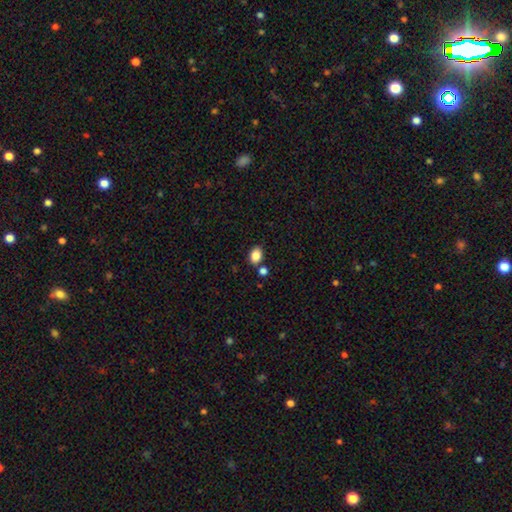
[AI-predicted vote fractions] Smooth or featured? Predicted: smooth (p=0.86). How rounded? Predicted: in between (p=0.69). Merging? Predicted: none (p=0.77).